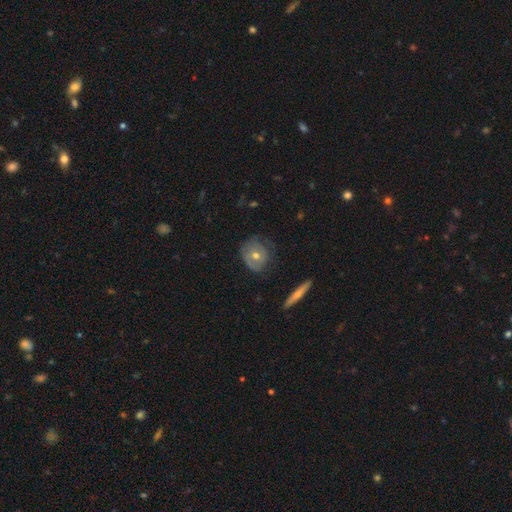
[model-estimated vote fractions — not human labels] This appears to be a featured or disk galaxy (50%). Merging: none (64%).